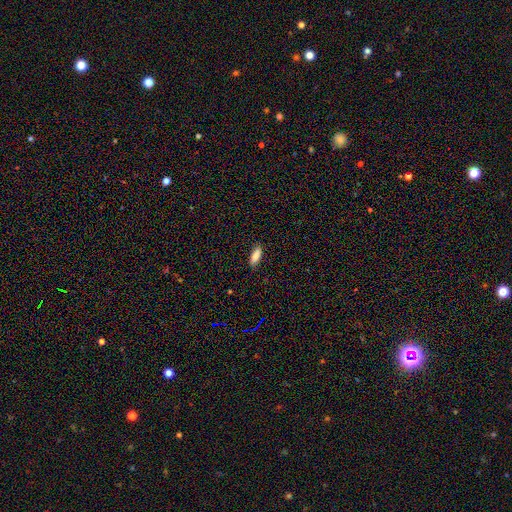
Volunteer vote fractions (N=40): This is clearly a smooth galaxy (90%). How rounded: likely in between (75%). Merging: clearly none (85%).